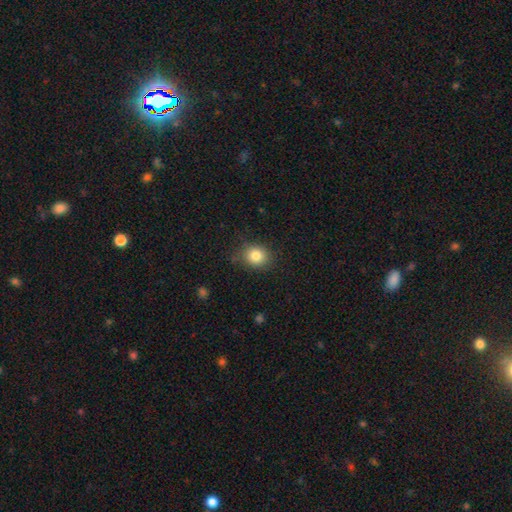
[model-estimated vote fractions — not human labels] Smooth or featured: smooth — 83% (star or artifact — 10%)
How rounded: round — 70% (in between — 29%)
Merging: none — 81% (minor disturbance — 14%)